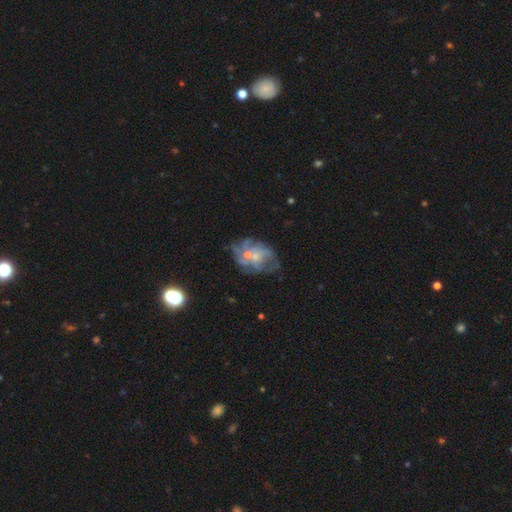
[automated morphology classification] Smooth or featured? featured or disk (69%)
Edge-on disk? no (97%)
Bar? no (74%)
Spiral arms? yes (72%)
Bulge size? small (65%)
Merging? none (56%)